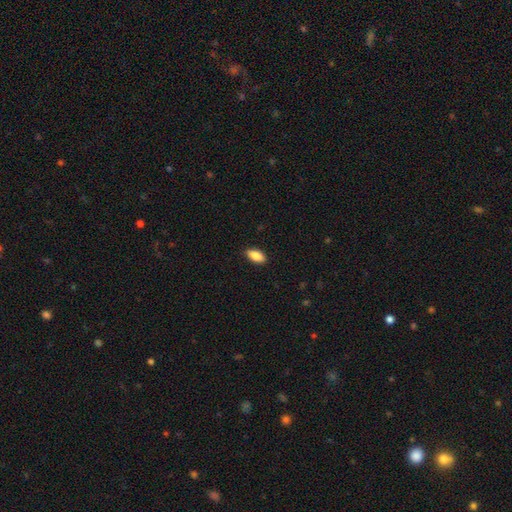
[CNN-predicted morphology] smooth 86%, featured or disk 7%, star or artifact 7%. Down the decision tree: how rounded — in between (87%); merging — none (87%).